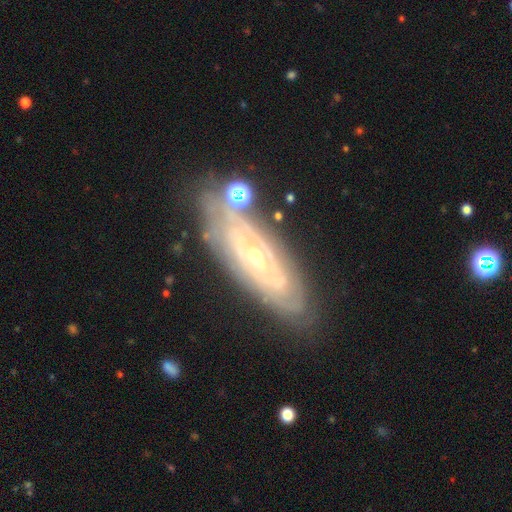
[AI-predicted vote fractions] Smooth or featured?
  - featured or disk: 82% *
  - smooth: 12%
  - star or artifact: 6%
Edge-on disk?
  - no: 86% *
  - yes: 14%
Bar?
  - no: 76% *
  - weak: 18%
  - strong: 7%
Spiral arms?
  - yes: 78% *
  - no: 22%
Spiral winding?
  - tight: 81% *
  - medium: 15%
  - loose: 5%
Spiral arm count?
  - can't tell: 63% *
  - 2: 16%
  - 3: 7%
  - 4: 6%
  - more than 4: 5%
  - 1: 4%
Bulge size?
  - small: 62% *
  - moderate: 35%
  - large: 1%
  - none: 1%
  - dominant: 1%
Merging?
  - none: 74% *
  - minor disturbance: 16%
  - major disturbance: 5%
  - merger: 5%